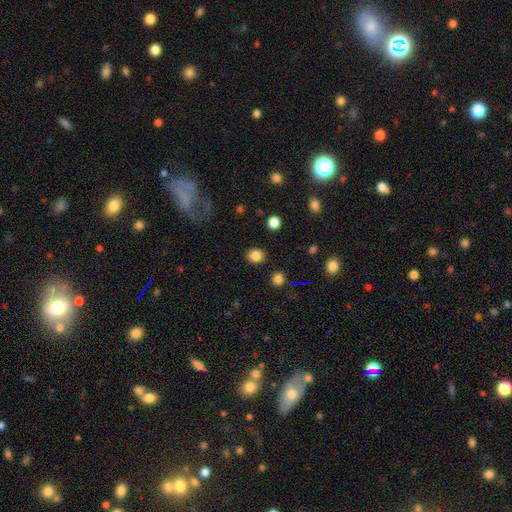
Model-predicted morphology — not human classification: This is clearly a smooth galaxy (84%). How rounded: likely round (74%). Merging: clearly none (89%).